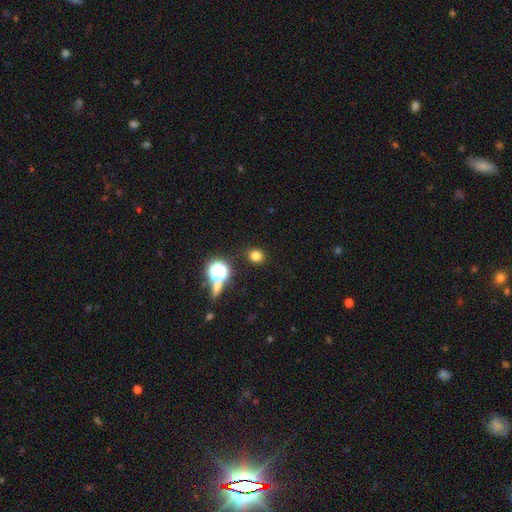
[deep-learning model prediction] Morphology: type=smooth (76%); roundness=round (76%); merging=none (87%).